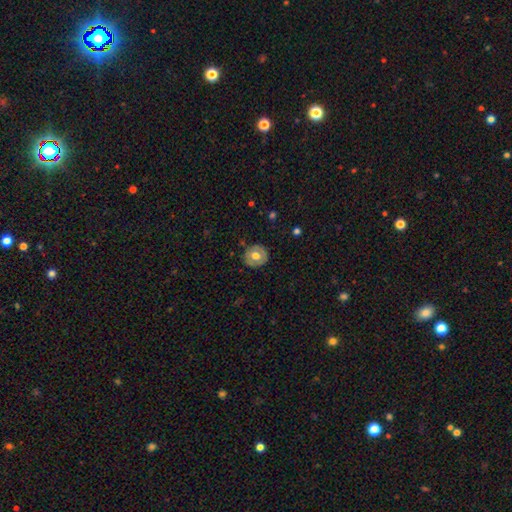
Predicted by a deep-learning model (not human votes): A smooth galaxy with no disk features (55%) that is round (87%).

Vote fractions:
- Smooth or featured? smooth: 55% / featured or disk: 38% / star or artifact: 7%
- How rounded? round: 87% / in between: 12% / cigar-shaped: 1%
- Merging? none: 84% / minor disturbance: 12% / major disturbance: 3% / merger: 1%